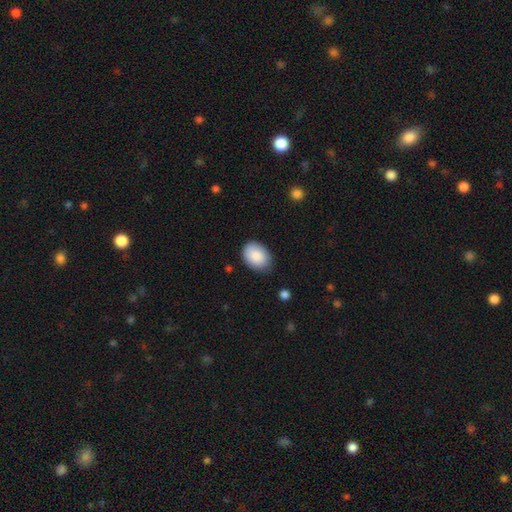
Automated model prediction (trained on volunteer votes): smooth 88%, star or artifact 6%, featured or disk 6%. Down the decision tree: how rounded — in between (81%); merging — none (78%).